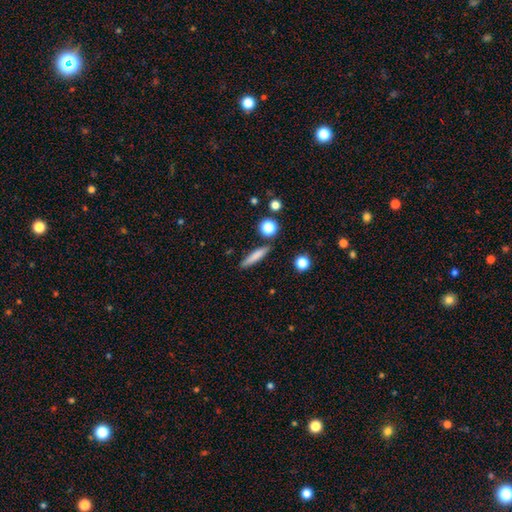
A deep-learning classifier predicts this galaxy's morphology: This is likely a smooth galaxy (77%). How rounded: clearly cigar-shaped (87%). Merging: clearly none (85%).